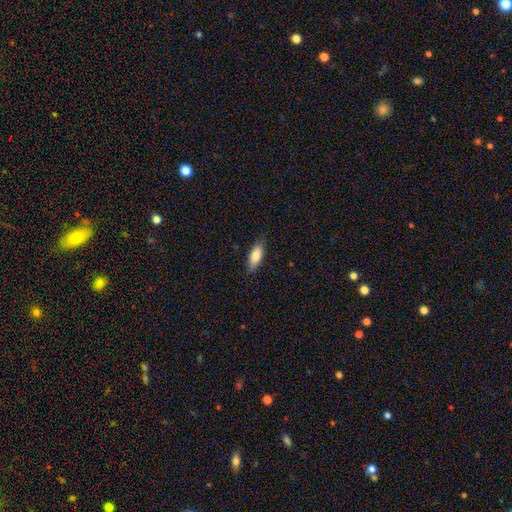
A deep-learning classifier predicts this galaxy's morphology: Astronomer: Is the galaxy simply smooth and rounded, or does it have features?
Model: smooth — 77%.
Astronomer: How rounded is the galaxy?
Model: in between — 75%.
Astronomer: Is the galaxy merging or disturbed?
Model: none — 84%.